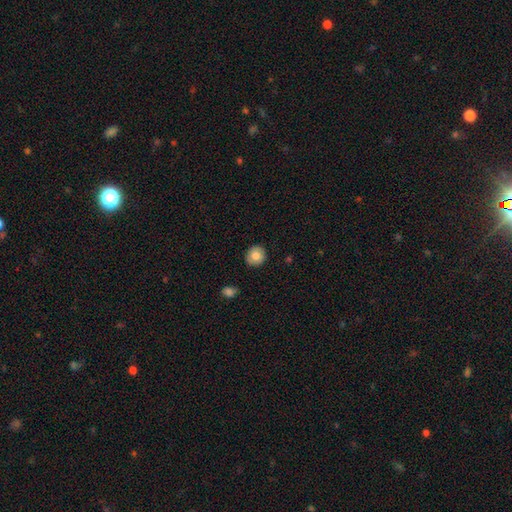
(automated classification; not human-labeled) This is likely a smooth galaxy (78%). How rounded: clearly round (84%). Merging: clearly none (88%).